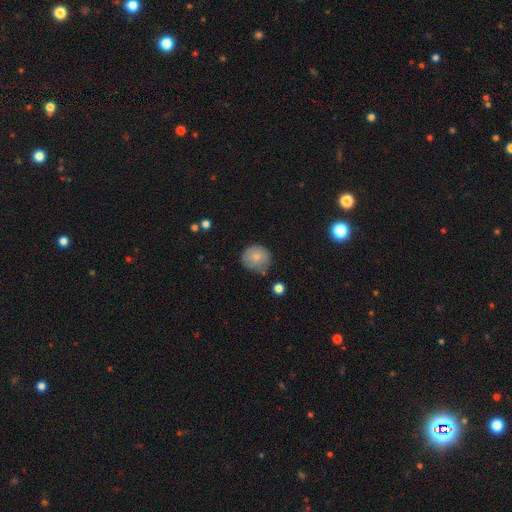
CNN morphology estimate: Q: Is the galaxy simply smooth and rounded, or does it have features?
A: smooth — 79%.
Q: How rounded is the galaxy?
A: round — 88%.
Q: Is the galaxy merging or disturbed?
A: none — 71%.